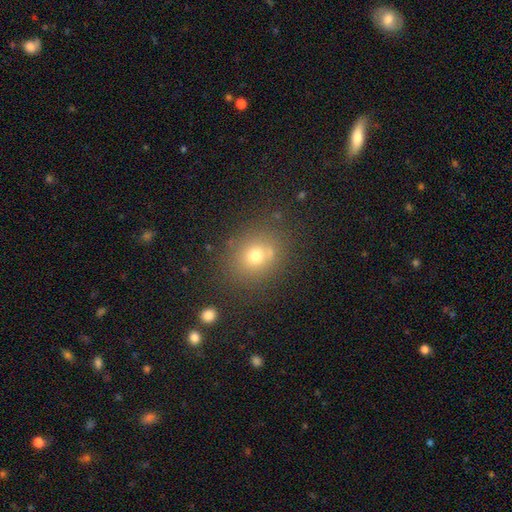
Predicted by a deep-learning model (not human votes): A smooth galaxy with no disk features (70%) that is round (64%). Merging: none (72%).